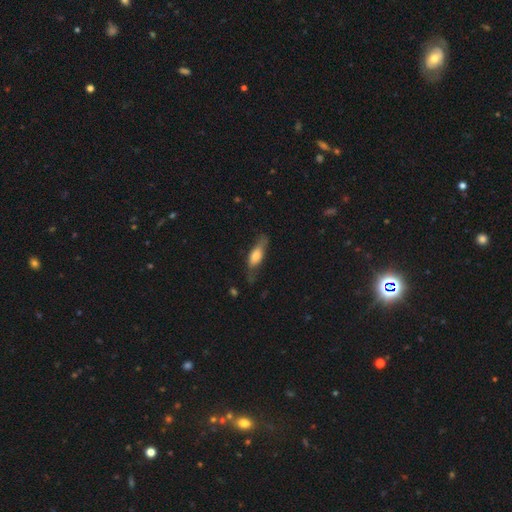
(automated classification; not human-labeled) Morphology: type=smooth (59%); roundness=in between (56%); merging=none (57%).